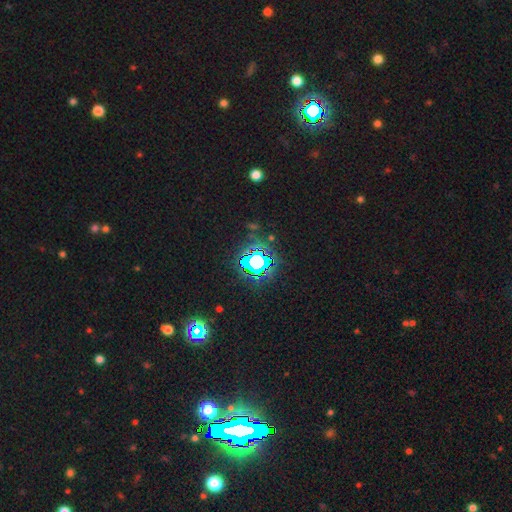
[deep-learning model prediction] Smooth or featured: star or artifact — 78% (smooth — 14%)